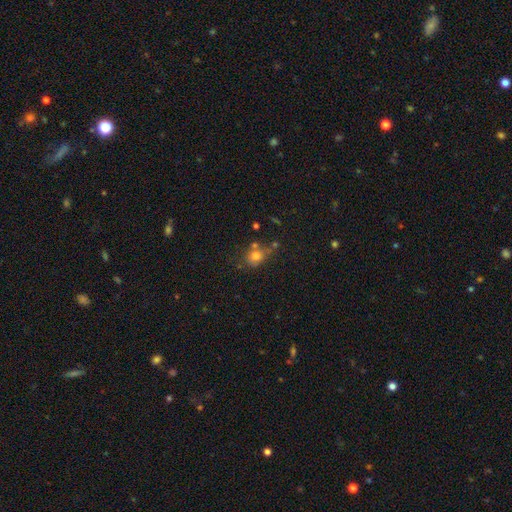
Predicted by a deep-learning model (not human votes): Smooth or featured: smooth — 74% (star or artifact — 14%)
How rounded: round — 66% (in between — 32%)
Merging: none — 48% (merger — 22%)